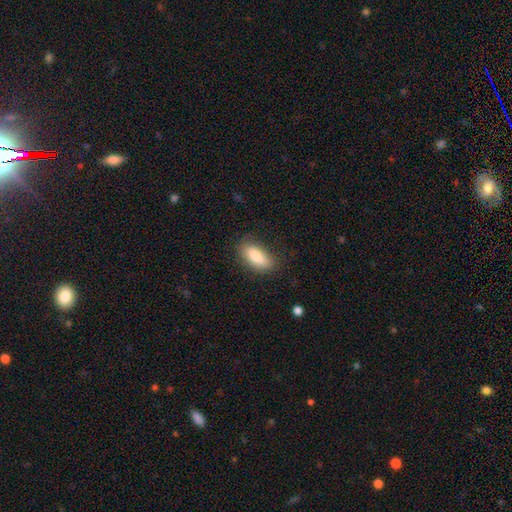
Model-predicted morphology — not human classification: This is clearly a smooth galaxy (82%). How rounded: clearly in between (83%). Merging: likely none (78%).